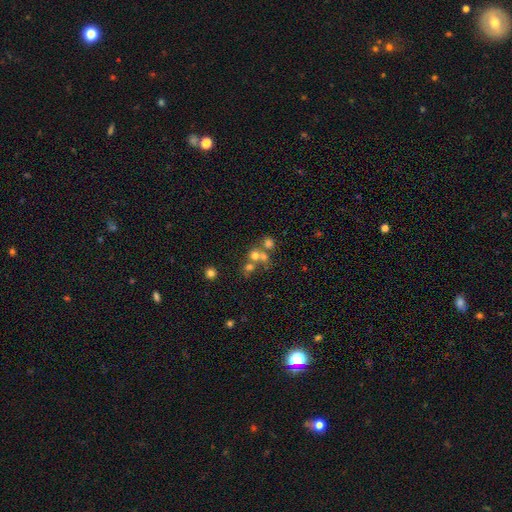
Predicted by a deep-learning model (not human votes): Smooth or featured: smooth — 61% (star or artifact — 20%)
How rounded: round — 85% (in between — 14%)
Merging: merger — 48% (none — 41%)